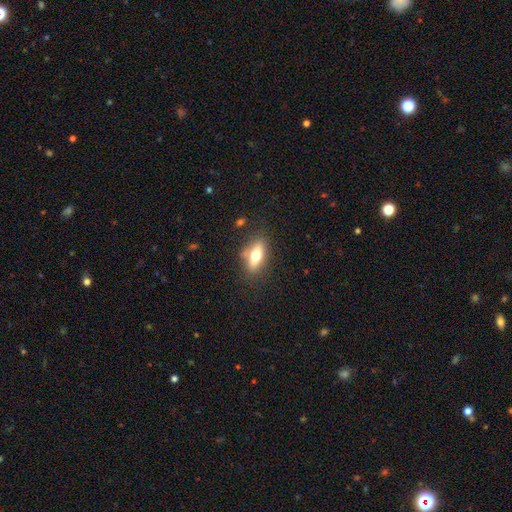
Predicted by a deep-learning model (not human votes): A smooth galaxy with no disk features (60%) that is in between round and cigar-shaped (72%).

Vote fractions:
- Smooth or featured? smooth: 60% / featured or disk: 32% / star or artifact: 8%
- How rounded? in between: 72% / cigar-shaped: 22% / round: 6%
- Merging? none: 79% / minor disturbance: 14% / major disturbance: 4% / merger: 3%